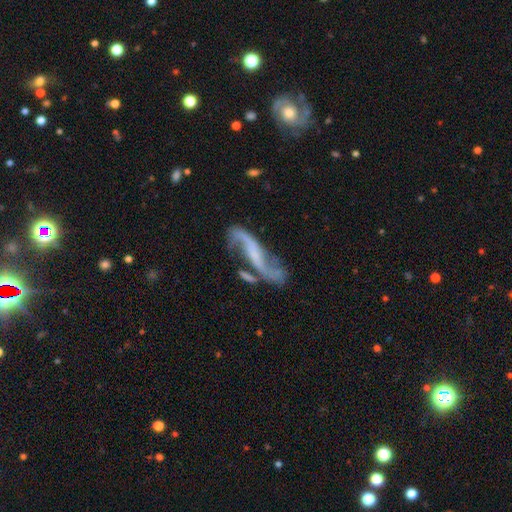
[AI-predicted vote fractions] Morphology: type=featured or disk (84%); edge-on=no (86%); bar=no (36%, tied with weak); spiral arms=yes (94%); winding=loose (75%); arm count=2 (91%); bulge=none (44%); merging=none (59%).